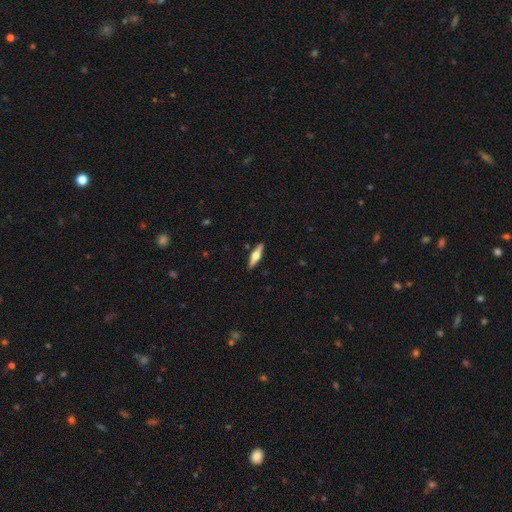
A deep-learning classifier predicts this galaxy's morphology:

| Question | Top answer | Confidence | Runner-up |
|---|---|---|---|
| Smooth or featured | featured or disk | 55% | smooth (40%) |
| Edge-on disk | yes | 94% | no (6%) |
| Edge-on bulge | rounded | 94% | boxy (4%) |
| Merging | none | 90% | minor disturbance (7%) |